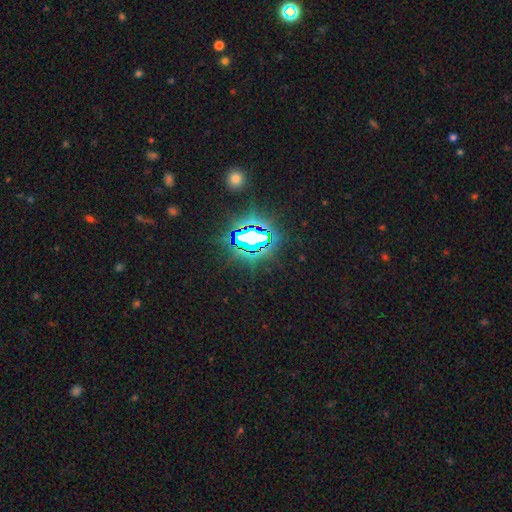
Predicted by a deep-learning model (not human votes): smooth_or_featured: star or artifact (p=0.83) [alt: smooth p=0.11]